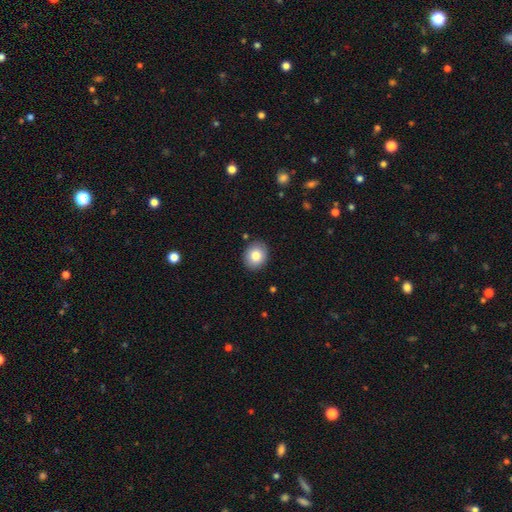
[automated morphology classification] This appears to be a smooth galaxy with no disk features (82%) that is round (59%). Merging: none (88%).